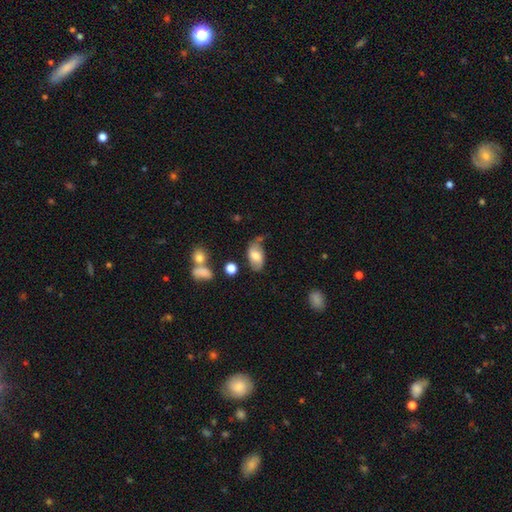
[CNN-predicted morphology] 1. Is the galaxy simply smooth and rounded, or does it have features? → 60% smooth, 31% featured or disk, 8% star or artifact.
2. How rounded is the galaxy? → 92% in between, 6% round, 2% cigar-shaped.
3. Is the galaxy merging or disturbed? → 50% none, 30% minor disturbance, 13% major disturbance, 7% merger.